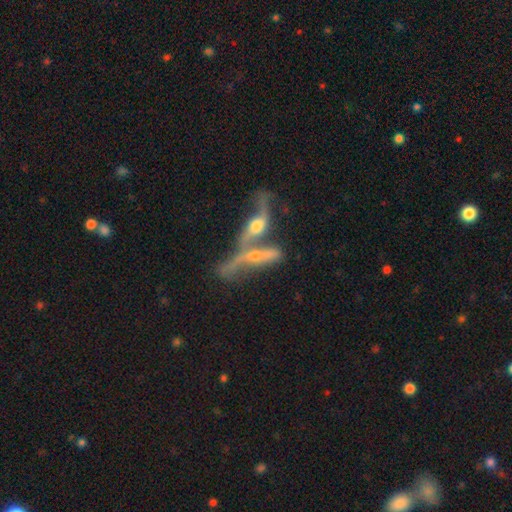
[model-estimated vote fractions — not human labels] smooth_or_featured: featured or disk (p=0.69) [alt: smooth p=0.21]
disk_edge_on: yes (p=0.54) [alt: no p=0.46]
merging: merger (p=0.63) [alt: none p=0.20]